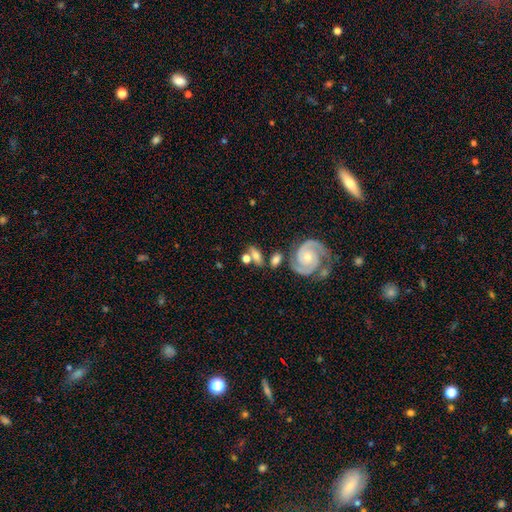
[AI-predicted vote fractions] The model was most divided on "smooth or featured": featured or disk: 54%, smooth: 39%, star or artifact: 7%. More confident: edge-on disk — no (86%); merging — none (64%).